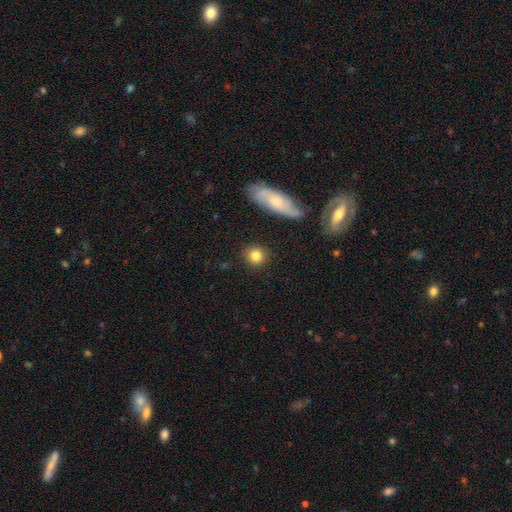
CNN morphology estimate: Overall: smooth (84%). How rounded: round (89%). Merging: none (88%).